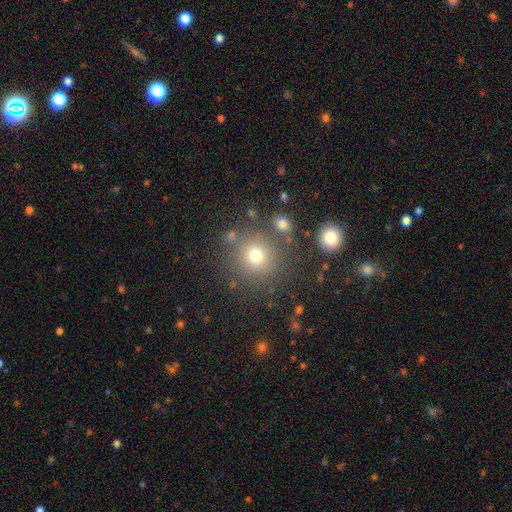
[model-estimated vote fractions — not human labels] This appears to be a smooth galaxy with no disk features (74%) that is round (91%). Merging: none (81%).